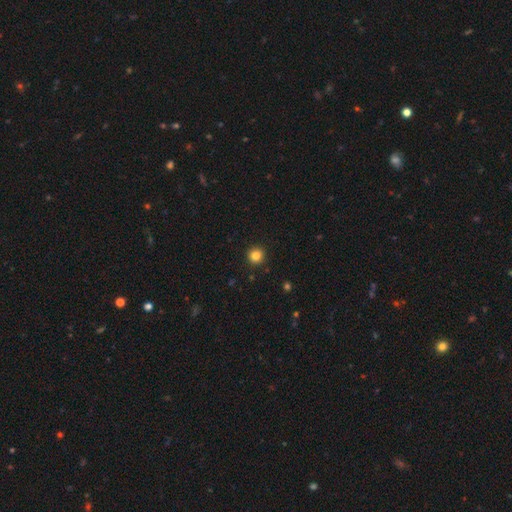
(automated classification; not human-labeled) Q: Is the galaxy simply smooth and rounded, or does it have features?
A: smooth — 83%.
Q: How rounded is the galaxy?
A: round — 95%.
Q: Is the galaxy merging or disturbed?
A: none — 93%.